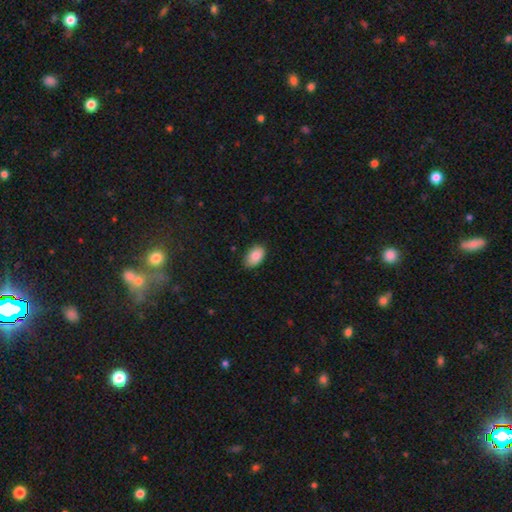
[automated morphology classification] This is clearly a smooth galaxy (85%). How rounded: clearly in between (91%). Merging: likely none (78%).